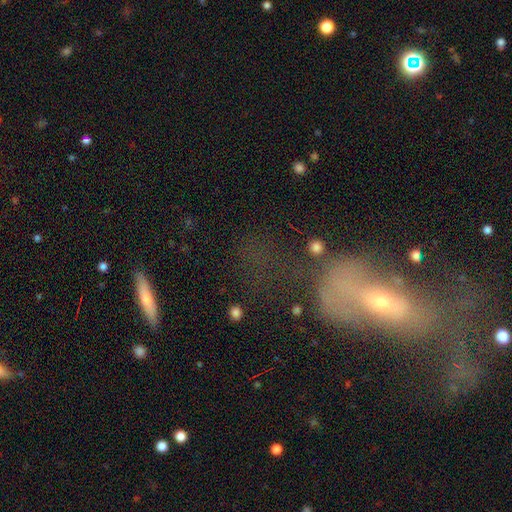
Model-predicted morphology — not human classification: smooth-or-featured: smooth: 42% | featured or disk: 35% | star or artifact: 23%
  merging: none: 43% | major disturbance: 26% | minor disturbance: 17% | merger: 14%